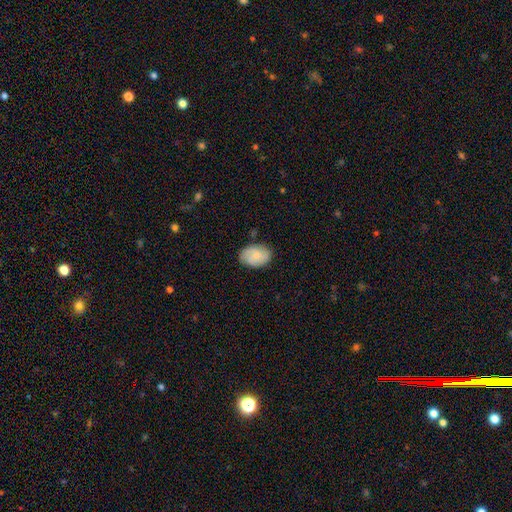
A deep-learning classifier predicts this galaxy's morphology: smooth-or-featured: smooth: 62% | featured or disk: 31% | star or artifact: 7%
  how-rounded: in between: 83% | round: 16% | cigar-shaped: 1%
  merging: none: 77% | minor disturbance: 18% | major disturbance: 4% | merger: 1%